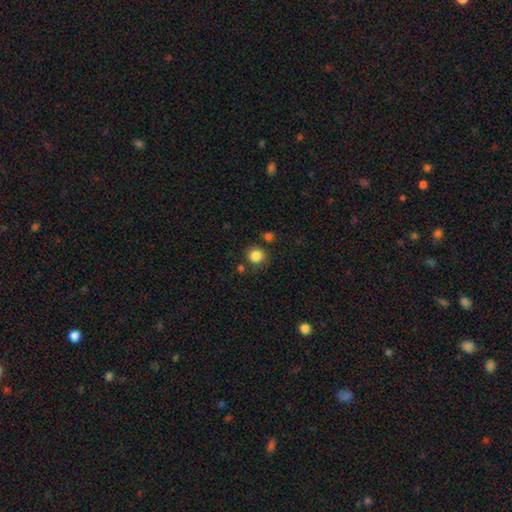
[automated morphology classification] This is clearly a smooth galaxy (85%). How rounded: clearly round (92%). Merging: clearly none (82%).